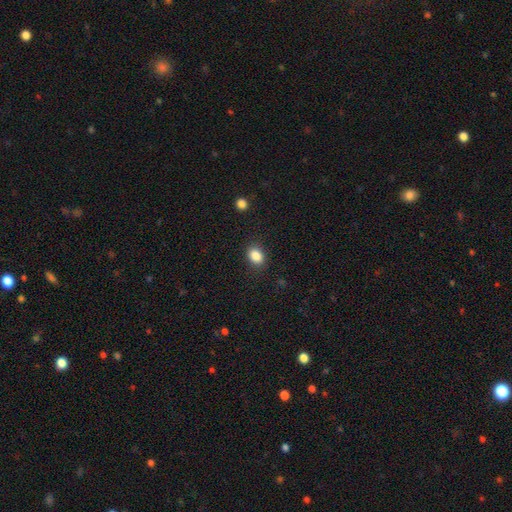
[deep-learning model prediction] Smooth or featured?
  - smooth: 86% *
  - star or artifact: 9%
  - featured or disk: 4%
How rounded?
  - in between: 70% *
  - round: 29%
  - cigar-shaped: 1%
Merging?
  - none: 87% *
  - minor disturbance: 9%
  - major disturbance: 3%
  - merger: 1%